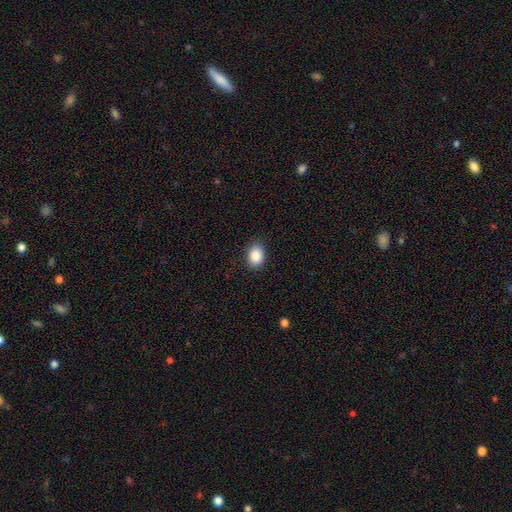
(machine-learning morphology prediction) The model was most divided on "how rounded": in between: 70%, round: 29%, cigar-shaped: 1%. More confident: smooth or featured — smooth (89%); merging — none (87%).